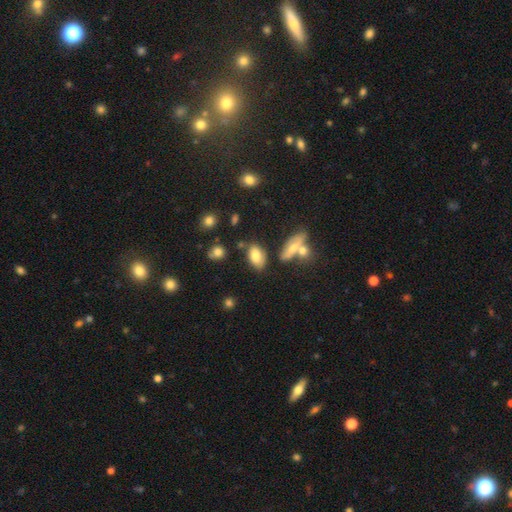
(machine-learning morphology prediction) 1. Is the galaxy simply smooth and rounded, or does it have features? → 78% smooth, 13% featured or disk, 9% star or artifact.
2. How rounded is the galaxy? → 91% in between, 6% round, 3% cigar-shaped.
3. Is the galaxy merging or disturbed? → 65% none, 19% minor disturbance, 10% merger, 5% major disturbance.